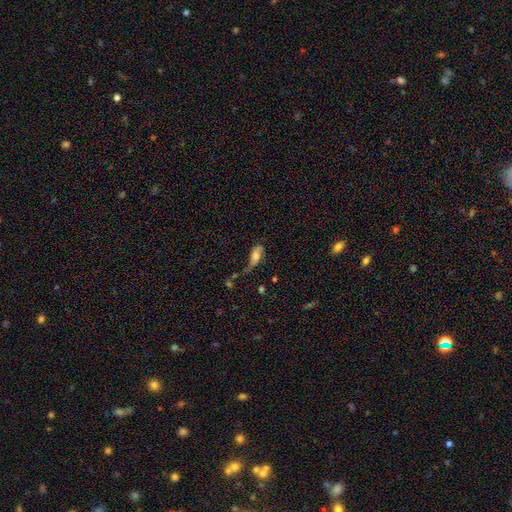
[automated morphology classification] A smooth galaxy with no disk features (59%) that is in between round and cigar-shaped (81%).

Vote fractions:
- Smooth or featured? smooth: 59% / featured or disk: 32% / star or artifact: 9%
- How rounded? in between: 81% / cigar-shaped: 15% / round: 4%
- Merging? none: 40% / minor disturbance: 34% / major disturbance: 20% / merger: 6%